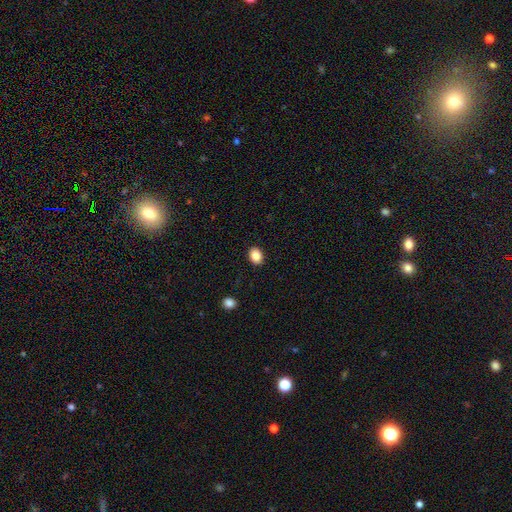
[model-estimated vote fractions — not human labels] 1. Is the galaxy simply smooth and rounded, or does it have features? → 87% smooth, 9% star or artifact, 4% featured or disk.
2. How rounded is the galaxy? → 64% in between, 35% round, 1% cigar-shaped.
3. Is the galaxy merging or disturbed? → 90% none, 7% minor disturbance, 2% major disturbance, 1% merger.